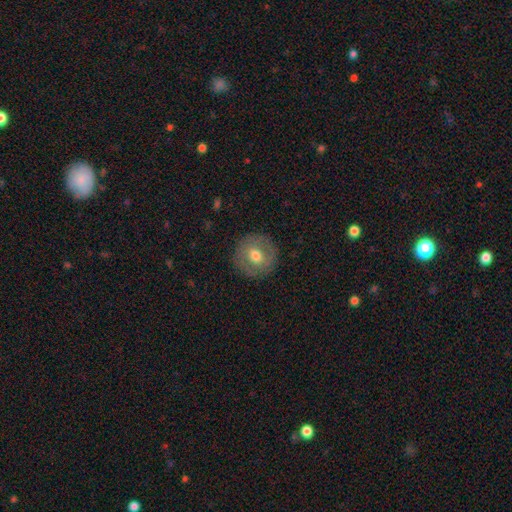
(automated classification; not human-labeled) A smooth galaxy with no disk features (58%) that is round (94%). Merging: none (88%).